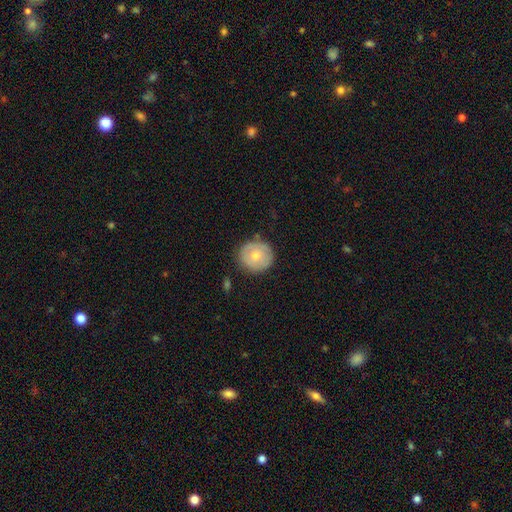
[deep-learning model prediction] Smooth or featured?
  - smooth: 65% *
  - featured or disk: 28%
  - star or artifact: 7%
How rounded?
  - round: 86% *
  - in between: 13%
  - cigar-shaped: 1%
Merging?
  - none: 83% *
  - minor disturbance: 13%
  - major disturbance: 3%
  - merger: 2%